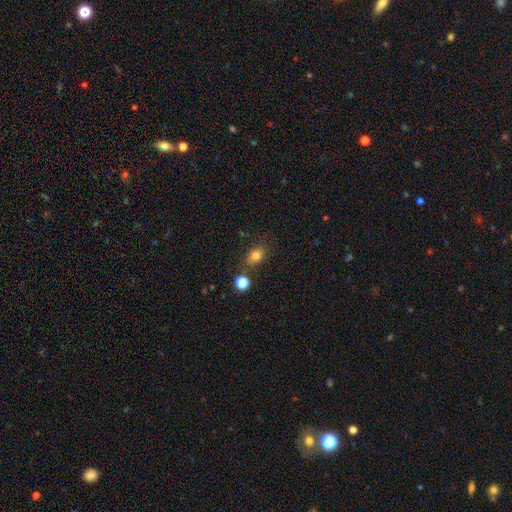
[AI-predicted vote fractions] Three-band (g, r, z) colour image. It shows a smooth galaxy with no disk features (79%) that is in between round and cigar-shaped (59%). Merging: none (73%).